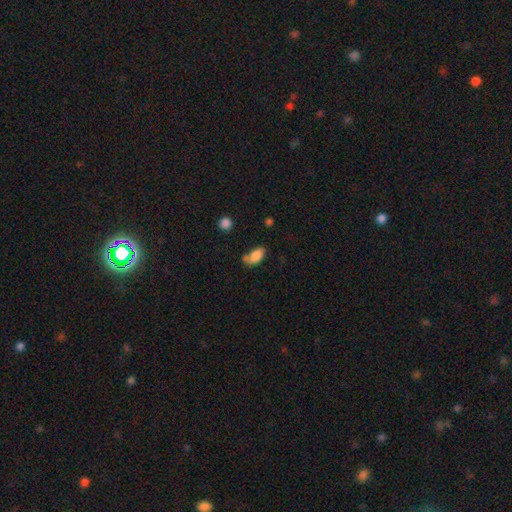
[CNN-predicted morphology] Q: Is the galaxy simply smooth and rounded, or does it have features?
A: smooth — 83%.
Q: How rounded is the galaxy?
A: in between — 92%.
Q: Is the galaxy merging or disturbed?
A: none — 48%.